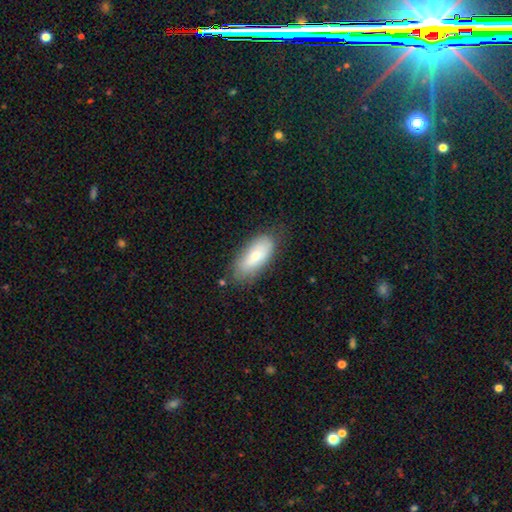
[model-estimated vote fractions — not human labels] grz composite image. It shows a smooth galaxy with no disk features (72%) that is in between round and cigar-shaped (84%). Merging: none (74%).